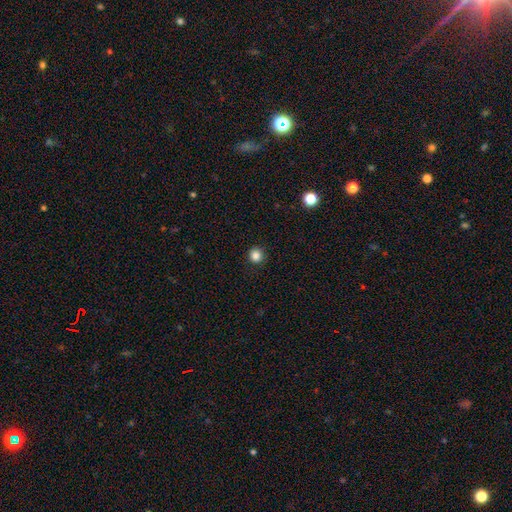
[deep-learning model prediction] A smooth galaxy with no disk features (85%) that is round (94%). Merging: none (92%).